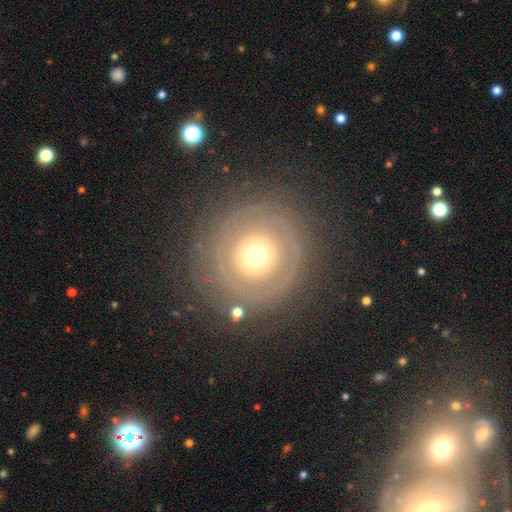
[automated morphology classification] smooth_or_featured: featured or disk (p=0.62) [alt: smooth p=0.30]
disk_edge_on: no (p=0.96) [alt: yes p=0.04]
bar: no (p=0.90) [alt: weak p=0.07]
has_spiral_arms: no (p=0.54) [alt: yes p=0.46]
bulge_size: moderate (p=0.59) [alt: large p=0.19]
merging: none (p=0.76) [alt: minor disturbance p=0.13]